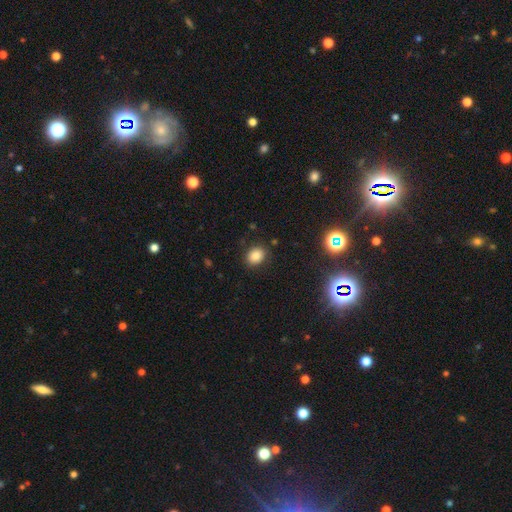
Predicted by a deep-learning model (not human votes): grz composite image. It shows a smooth galaxy with no disk features (82%) that is in between round and cigar-shaped (53%). Merging: none (85%).